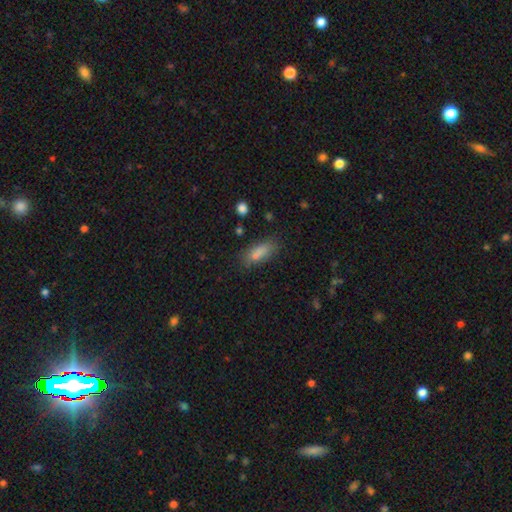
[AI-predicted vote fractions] Morphology: type=smooth (77%); roundness=in between (65%); merging=none (79%).